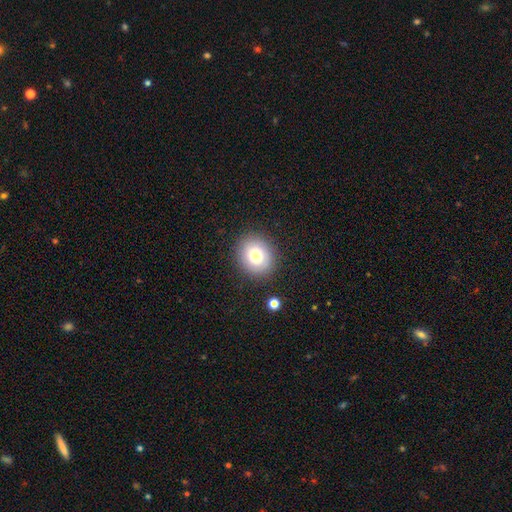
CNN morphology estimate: A smooth galaxy with no disk features (76%) that is round (71%).

Vote fractions:
- Smooth or featured? smooth: 76% / featured or disk: 13% / star or artifact: 11%
- How rounded? round: 71% / in between: 28% / cigar-shaped: 1%
- Merging? none: 87% / minor disturbance: 8% / major disturbance: 3% / merger: 2%